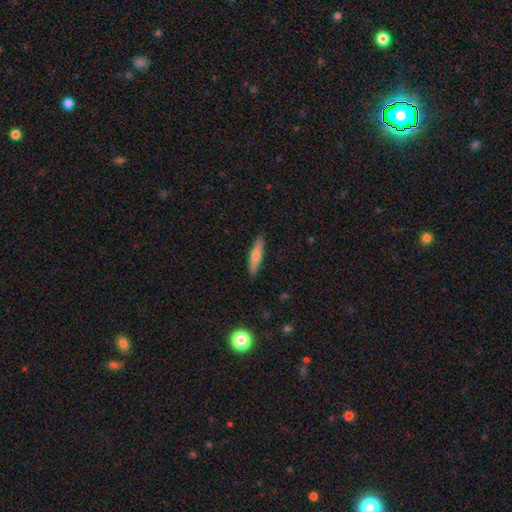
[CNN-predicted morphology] Smooth or featured: smooth — 58% (featured or disk — 36%)
How rounded: cigar-shaped — 84% (in between — 14%)
Merging: none — 90% (minor disturbance — 7%)